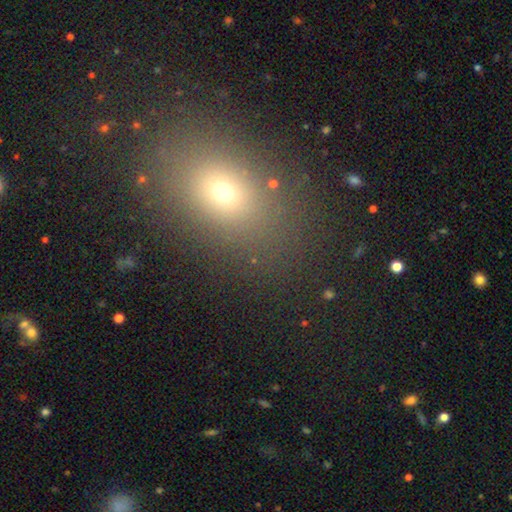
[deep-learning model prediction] smooth 62%, star or artifact 27%, featured or disk 11%. Down the decision tree: how rounded — in between (62%); merging — none (84%).